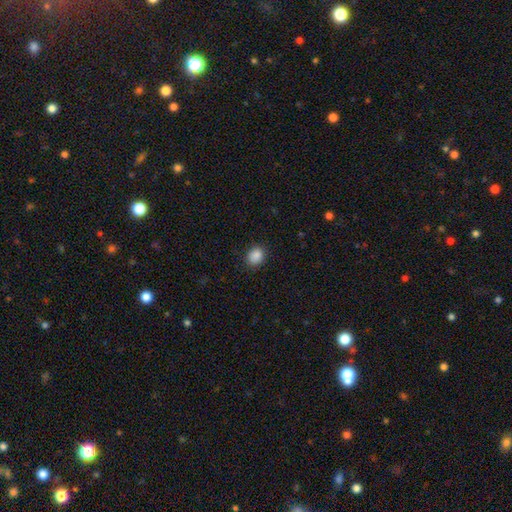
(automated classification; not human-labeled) Overall: smooth (88%). How rounded: round (53%; in between 46%). Merging: none (88%).